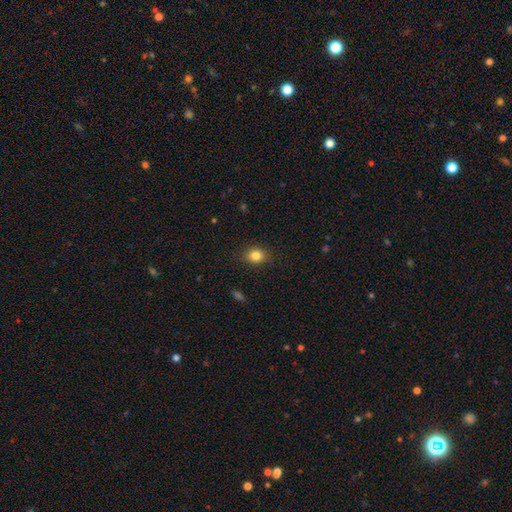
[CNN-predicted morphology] Smooth or featured?
  - smooth: 83% *
  - star or artifact: 11%
  - featured or disk: 6%
How rounded?
  - round: 56% *
  - in between: 43%
  - cigar-shaped: 1%
Merging?
  - none: 87% *
  - minor disturbance: 10%
  - major disturbance: 3%
  - merger: 1%